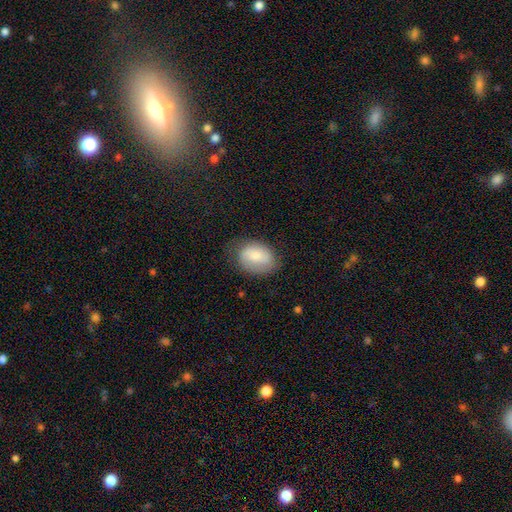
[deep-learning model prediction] This appears to be a smooth galaxy with no disk features (68%) that is in between round and cigar-shaped (72%). Merging: none (65%).